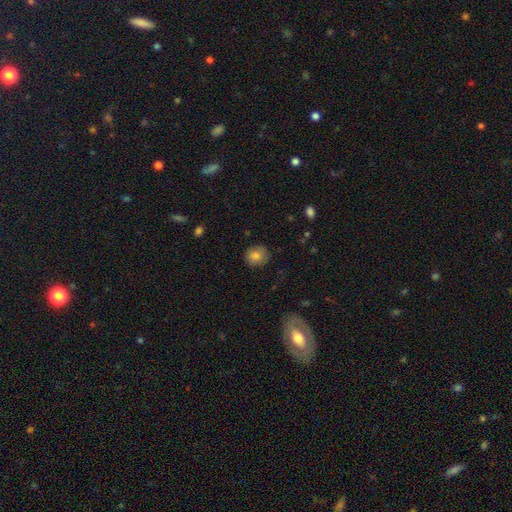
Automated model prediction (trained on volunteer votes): smooth-or-featured: smooth: 81% | featured or disk: 10% | star or artifact: 9%
  how-rounded: round: 84% | in between: 15% | cigar-shaped: 1%
  merging: none: 85% | minor disturbance: 12% | major disturbance: 3% | merger: 1%